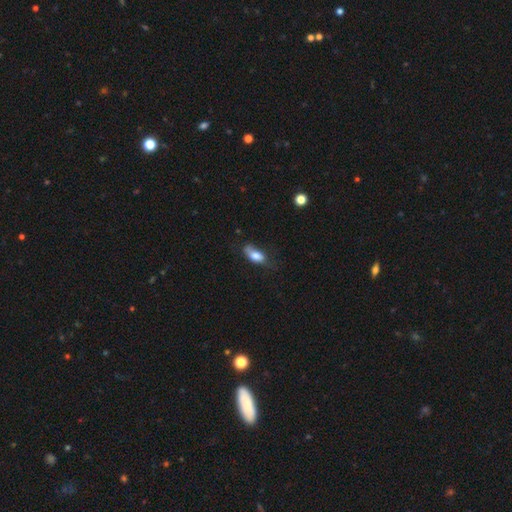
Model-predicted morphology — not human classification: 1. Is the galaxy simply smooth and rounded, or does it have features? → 75% smooth, 17% featured or disk, 8% star or artifact.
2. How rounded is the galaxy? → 84% in between, 11% cigar-shaped, 5% round.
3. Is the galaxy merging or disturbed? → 42% none, 35% minor disturbance, 19% major disturbance, 4% merger.